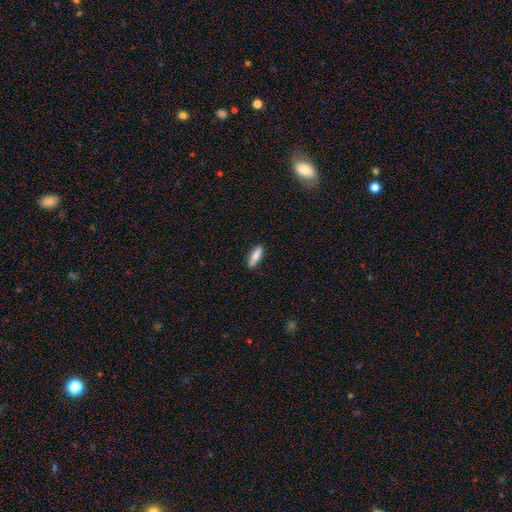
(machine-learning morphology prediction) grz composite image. It shows a smooth galaxy with no disk features (82%) that is cigar-shaped (55%). Merging: none (85%).